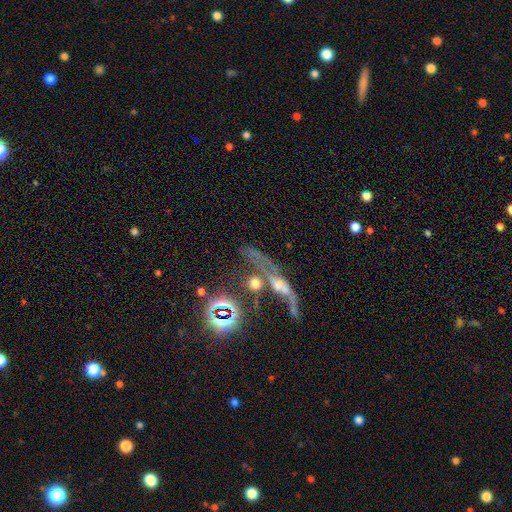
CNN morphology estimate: This appears to be a featured or disk galaxy (48%). Merging: none (34%).